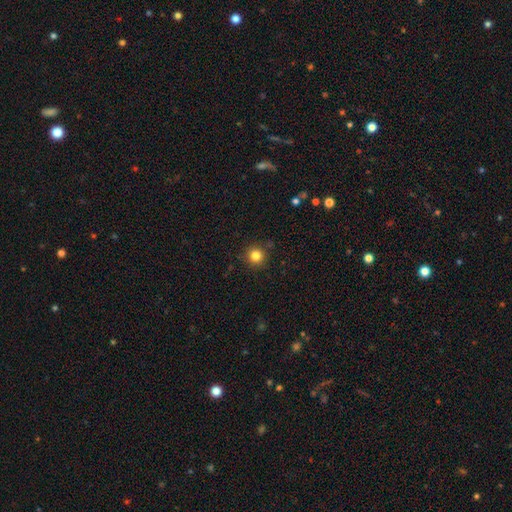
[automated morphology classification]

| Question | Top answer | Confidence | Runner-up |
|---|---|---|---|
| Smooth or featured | smooth | 82% | star or artifact (12%) |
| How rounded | round | 94% | in between (5%) |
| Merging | none | 89% | minor disturbance (7%) |